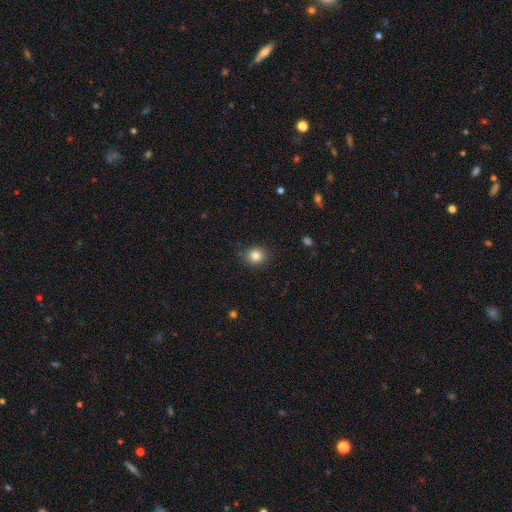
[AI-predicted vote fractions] Smooth or featured? smooth (83%)
How rounded? round (81%)
Merging? none (88%)